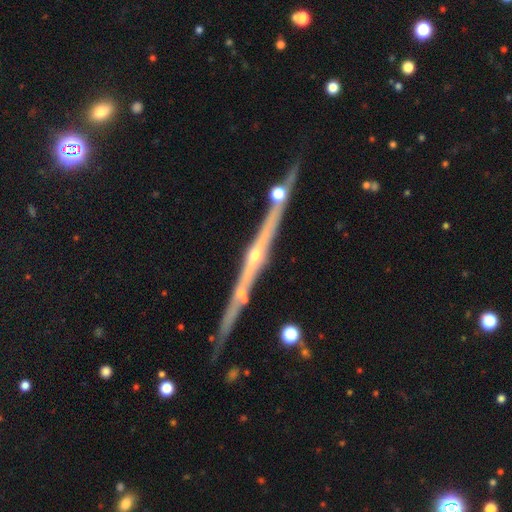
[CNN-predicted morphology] smooth_or_featured: featured or disk (p=0.84) [alt: smooth p=0.08]
disk_edge_on: yes (p=0.97) [alt: no p=0.03]
edge_on_bulge: rounded (p=0.69) [alt: none p=0.25]
merging: none (p=0.78) [alt: minor disturbance p=0.12]